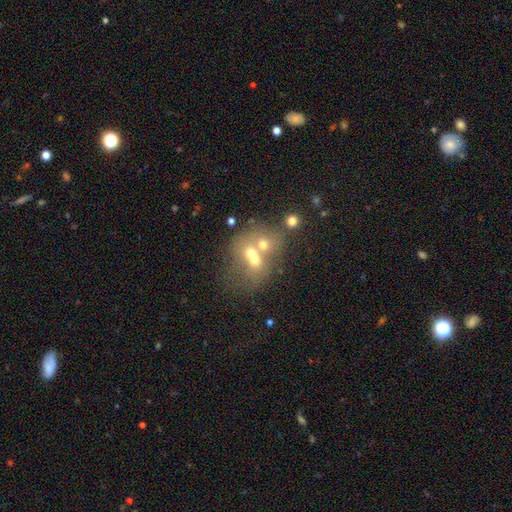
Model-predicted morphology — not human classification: Smooth or featured? Predicted: smooth (p=0.46). Merging? Predicted: merger (p=0.65).